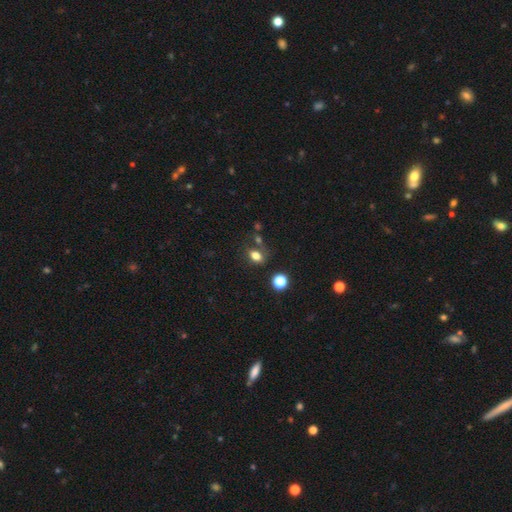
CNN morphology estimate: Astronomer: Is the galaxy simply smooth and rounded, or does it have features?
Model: smooth — 77%.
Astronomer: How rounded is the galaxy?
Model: in between — 69%.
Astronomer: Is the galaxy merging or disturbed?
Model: none — 64%.